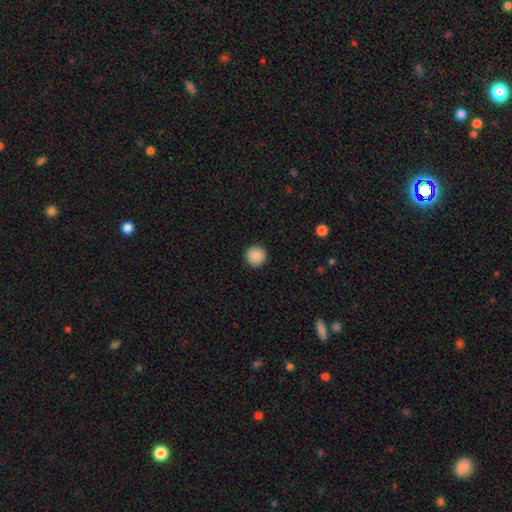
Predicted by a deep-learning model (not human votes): A smooth galaxy with no disk features (87%) that is round (95%). Merging: none (92%).